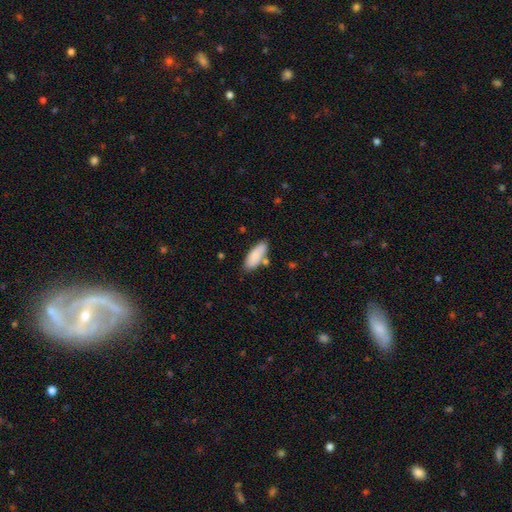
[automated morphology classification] Q: Smooth or featured?
A: smooth (85%); runner-up: featured or disk (9%)
Q: How rounded?
A: in between (70%); runner-up: cigar-shaped (28%)
Q: Merging?
A: none (75%); runner-up: minor disturbance (14%)